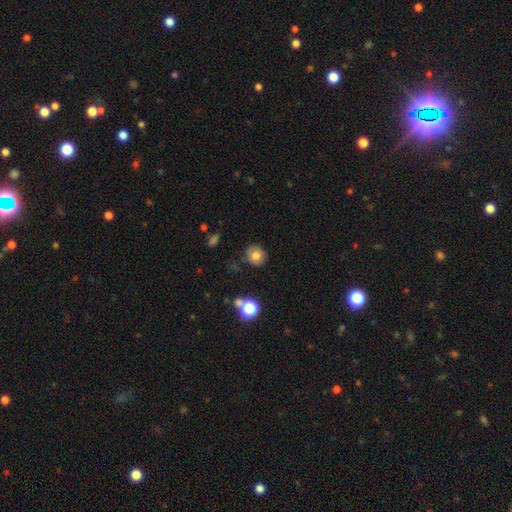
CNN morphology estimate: Smooth or featured? smooth (76%)
How rounded? round (82%)
Merging? none (78%)